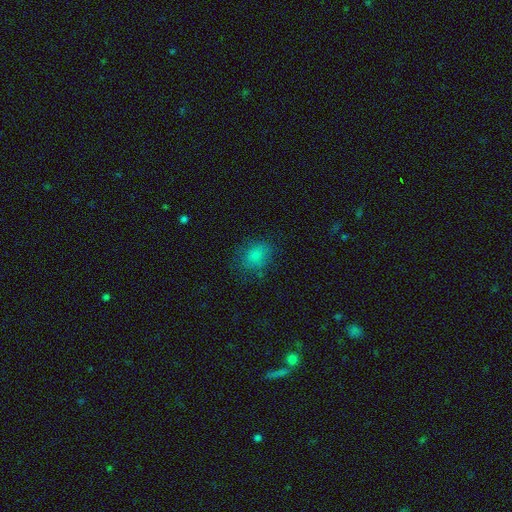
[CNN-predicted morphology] smooth-or-featured: smooth: 80% | star or artifact: 13% | featured or disk: 8%
  how-rounded: in between: 50% | round: 49% | cigar-shaped: 1%
  merging: none: 72% | minor disturbance: 19% | major disturbance: 8% | merger: 2%